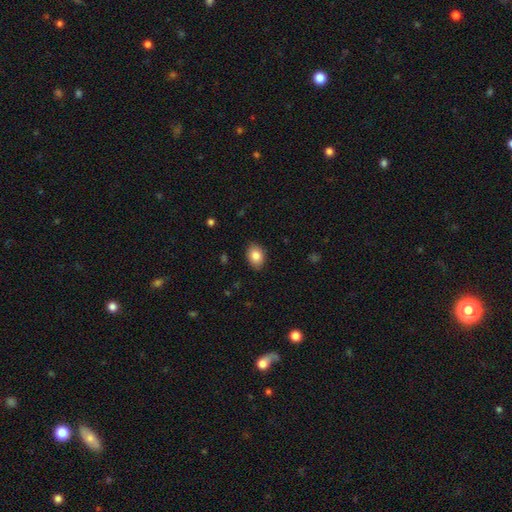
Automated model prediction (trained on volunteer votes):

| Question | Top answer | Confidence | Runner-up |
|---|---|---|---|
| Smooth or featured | smooth | 84% | star or artifact (8%) |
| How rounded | in between | 71% | round (28%) |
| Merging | none | 88% | minor disturbance (9%) |